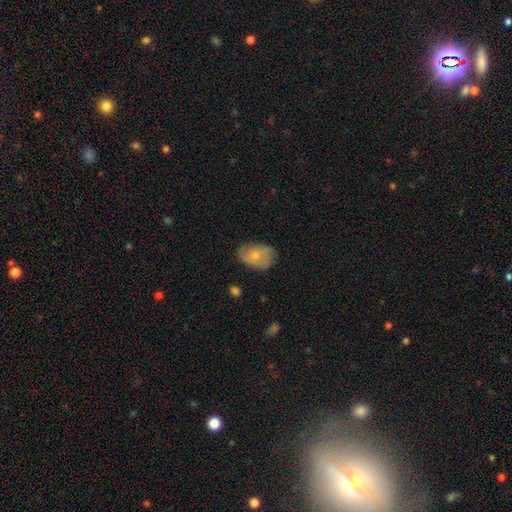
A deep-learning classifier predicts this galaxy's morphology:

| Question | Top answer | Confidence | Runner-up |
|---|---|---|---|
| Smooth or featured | smooth | 59% | featured or disk (33%) |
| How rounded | in between | 78% | round (20%) |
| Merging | none | 61% | minor disturbance (29%) |